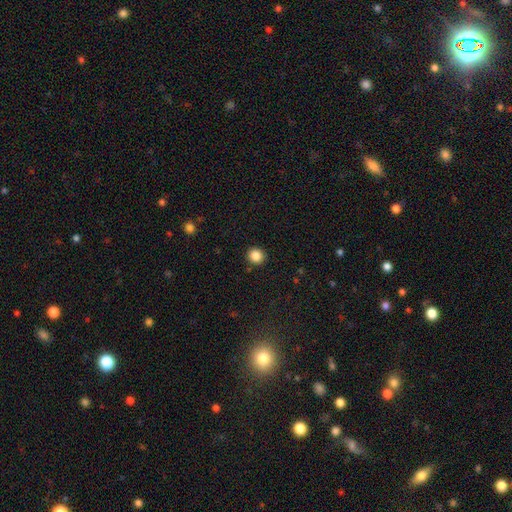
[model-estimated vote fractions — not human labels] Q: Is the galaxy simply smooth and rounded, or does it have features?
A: smooth — 86%.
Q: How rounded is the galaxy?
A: round — 89%.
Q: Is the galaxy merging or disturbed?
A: none — 91%.